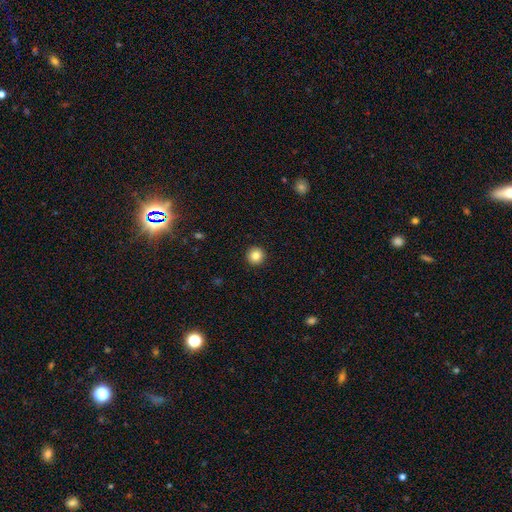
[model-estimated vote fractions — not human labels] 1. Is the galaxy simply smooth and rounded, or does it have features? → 85% smooth, 10% star or artifact, 5% featured or disk.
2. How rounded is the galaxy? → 95% round, 4% in between, 1% cigar-shaped.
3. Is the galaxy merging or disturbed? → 93% none, 4% minor disturbance, 2% major disturbance, 1% merger.